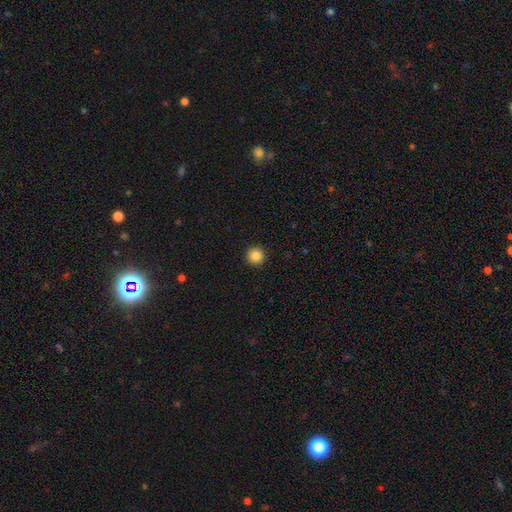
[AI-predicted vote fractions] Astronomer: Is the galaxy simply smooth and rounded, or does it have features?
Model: smooth — 86%.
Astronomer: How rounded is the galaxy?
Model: round — 96%.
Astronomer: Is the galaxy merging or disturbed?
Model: none — 94%.